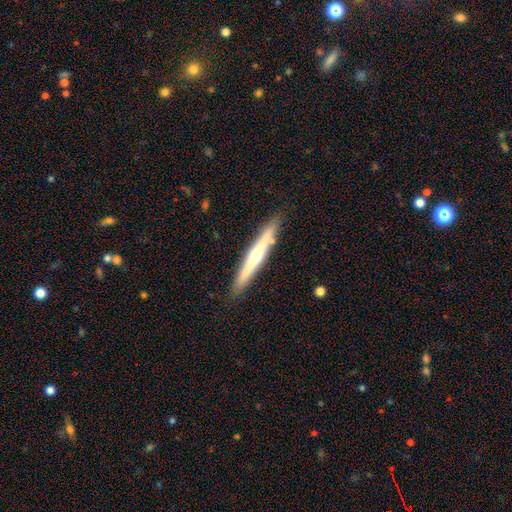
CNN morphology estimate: Overall: featured or disk (60%; smooth 35%). Edge-on disk: yes (95%). Edge-on bulge: rounded (79%). Merging: none (88%).